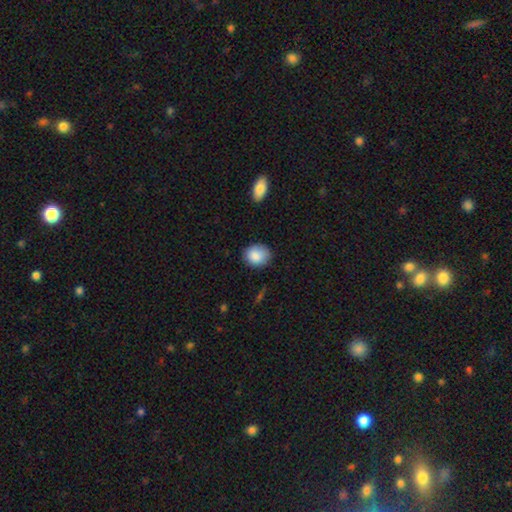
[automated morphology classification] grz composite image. It shows a smooth galaxy with no disk features (87%) that is round (63%). Merging: none (79%).